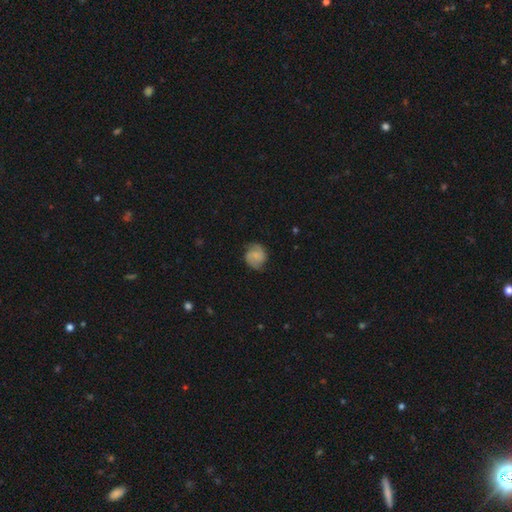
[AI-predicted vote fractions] smooth 49%, featured or disk 43%, star or artifact 8%. Down the decision tree: merging — none (74%).